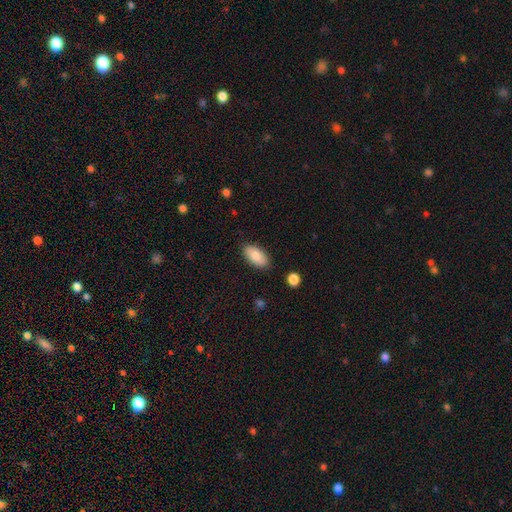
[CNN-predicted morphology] smooth 85%, featured or disk 8%, star or artifact 6%. Down the decision tree: how rounded — in between (94%); merging — none (86%).